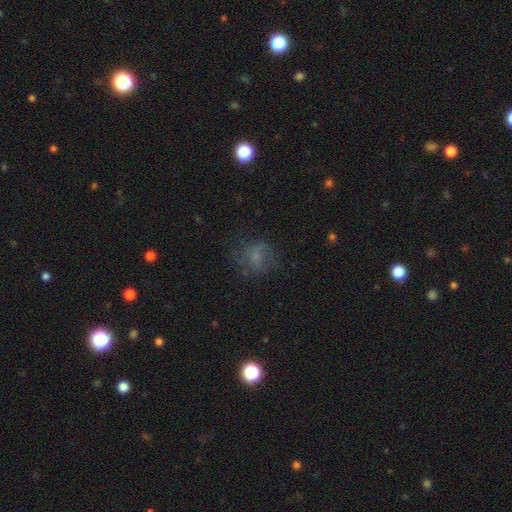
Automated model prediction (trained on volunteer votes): smooth 56%, featured or disk 26%, star or artifact 18%. Down the decision tree: how rounded — round (61%); merging — none (56%).